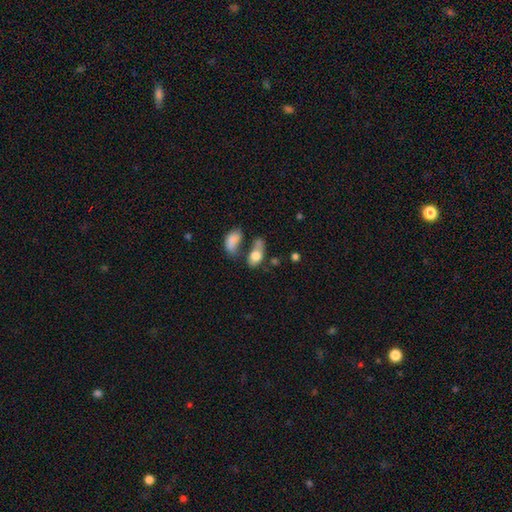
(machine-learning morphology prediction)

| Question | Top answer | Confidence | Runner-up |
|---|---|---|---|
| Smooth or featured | smooth | 75% | featured or disk (17%) |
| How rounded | in between | 83% | round (13%) |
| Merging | merger | 41% | none (26%) |